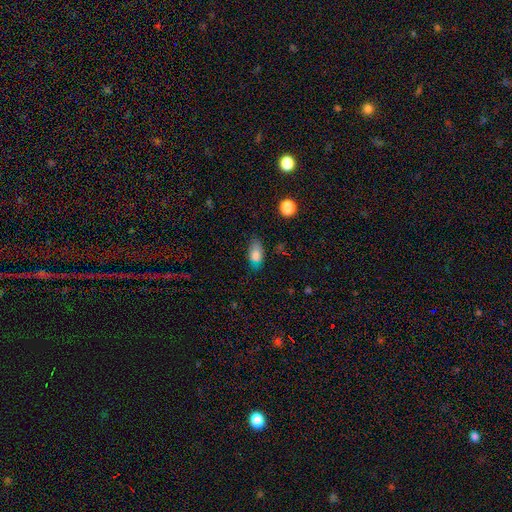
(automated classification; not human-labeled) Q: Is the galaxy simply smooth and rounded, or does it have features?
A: smooth — 79%.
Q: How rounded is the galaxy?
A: in between — 87%.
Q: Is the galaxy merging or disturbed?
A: none — 70%.